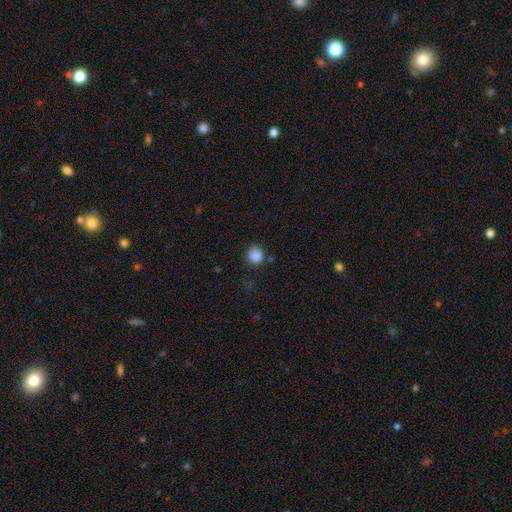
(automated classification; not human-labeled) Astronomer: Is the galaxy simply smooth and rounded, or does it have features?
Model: smooth — 86%.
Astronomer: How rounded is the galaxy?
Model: round — 80%.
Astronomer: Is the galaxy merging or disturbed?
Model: none — 74%.